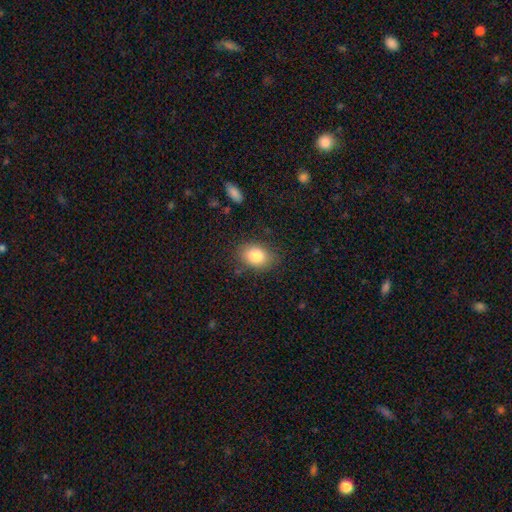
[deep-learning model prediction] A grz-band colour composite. It shows a smooth galaxy with no disk features (82%) that is in between round and cigar-shaped (70%). Merging: none (82%).